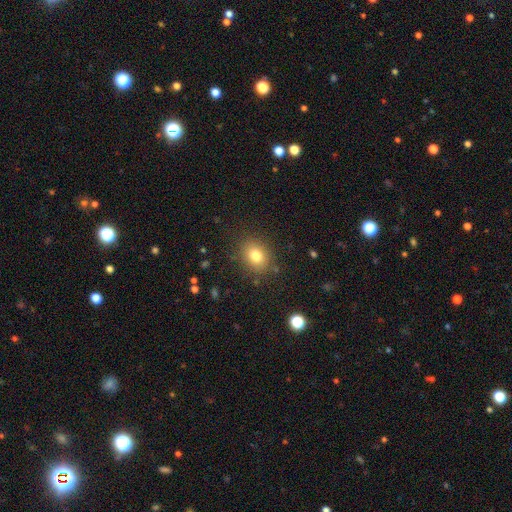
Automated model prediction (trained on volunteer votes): Smooth or featured: smooth — 78% (star or artifact — 12%)
How rounded: round — 54% (in between — 46%)
Merging: none — 85% (minor disturbance — 10%)